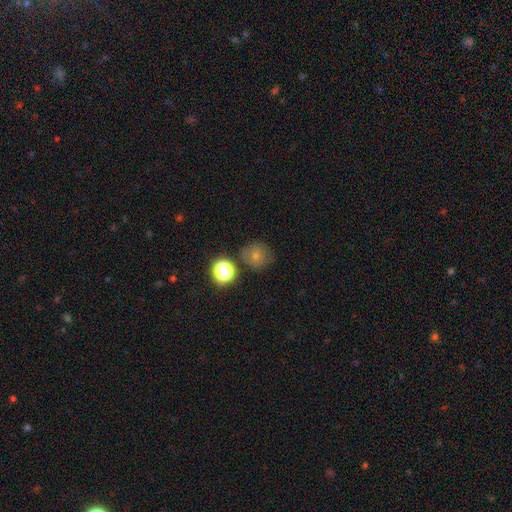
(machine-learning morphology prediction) Smooth or featured: smooth — 71% (star or artifact — 18%)
How rounded: round — 89% (in between — 10%)
Merging: none — 76% (minor disturbance — 13%)